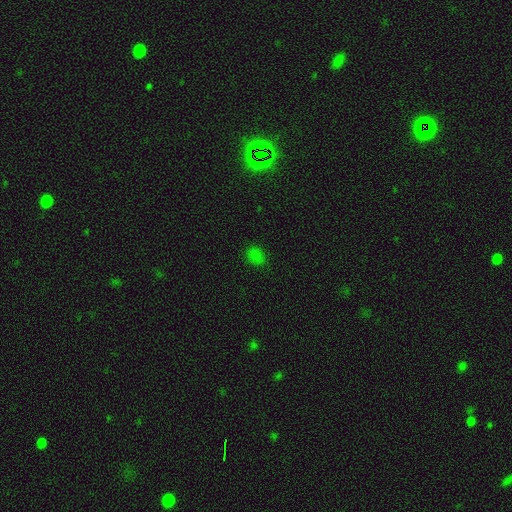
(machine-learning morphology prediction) type=smooth (76%); roundness=round (61%); merging=none (85%).